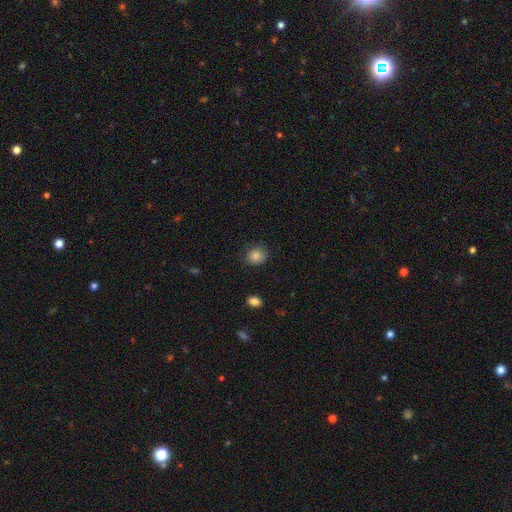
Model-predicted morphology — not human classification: Smooth or featured? smooth (84%)
How rounded? round (75%)
Merging? none (82%)